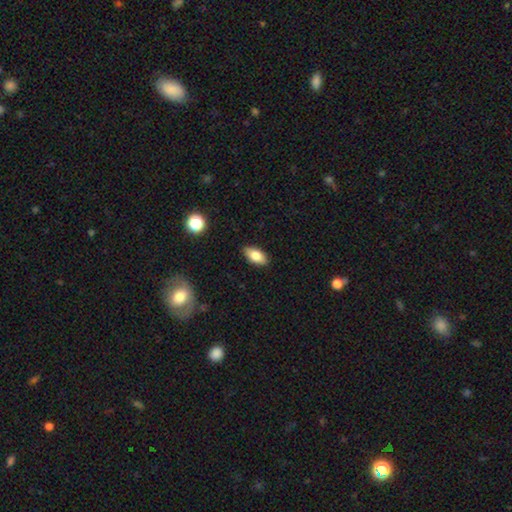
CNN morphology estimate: smooth 79%, featured or disk 14%, star or artifact 8%. Down the decision tree: how rounded — in between (90%); merging — none (88%).